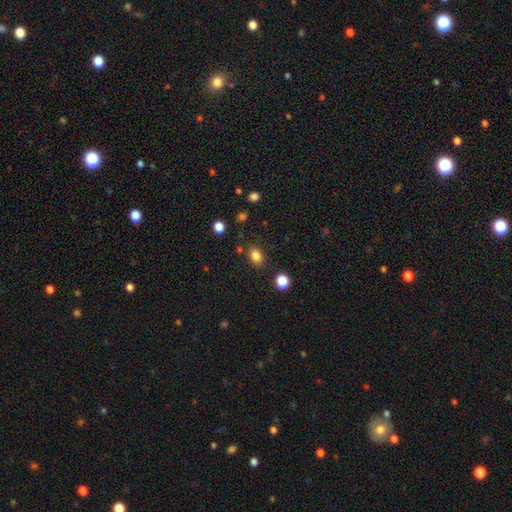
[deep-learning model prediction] Overall: smooth (83%). How rounded: in between (65%; round 34%). Merging: none (82%).